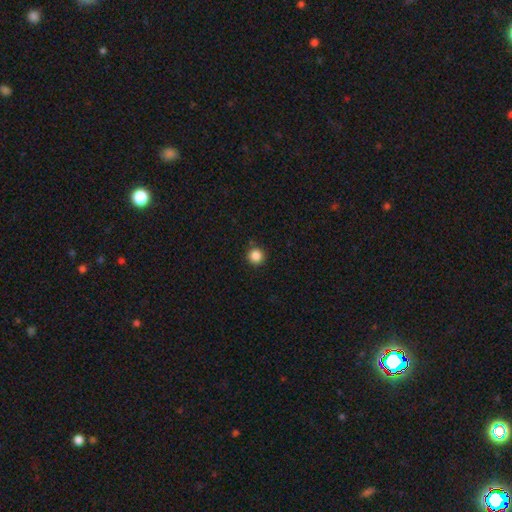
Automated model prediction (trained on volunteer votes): This is clearly a smooth galaxy (86%). How rounded: clearly round (96%). Merging: clearly none (90%).